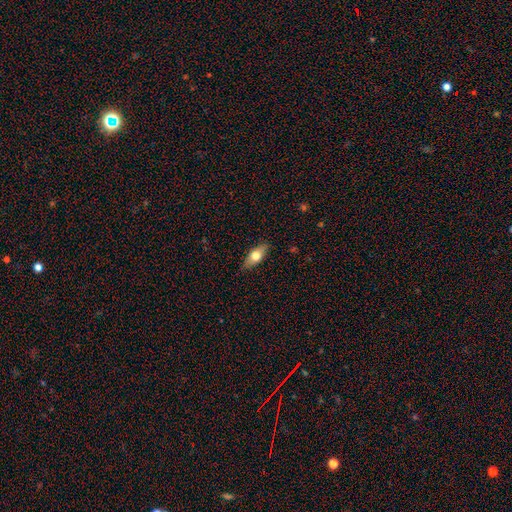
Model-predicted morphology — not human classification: A smooth galaxy with no disk features (63%) that is in between round and cigar-shaped (77%). Merging: none (87%).